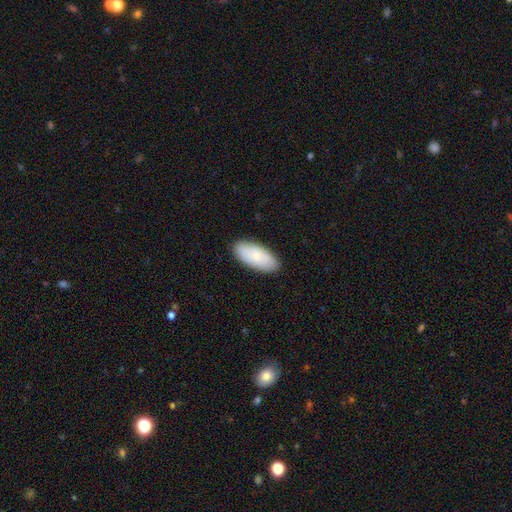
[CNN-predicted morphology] Smooth or featured?
  - smooth: 77% *
  - featured or disk: 17%
  - star or artifact: 6%
How rounded?
  - in between: 90% *
  - cigar-shaped: 8%
  - round: 2%
Merging?
  - none: 87% *
  - minor disturbance: 10%
  - major disturbance: 2%
  - merger: 1%